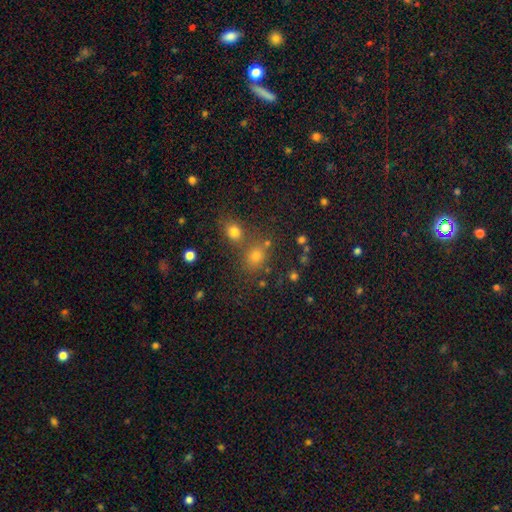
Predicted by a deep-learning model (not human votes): A smooth galaxy with no disk features (69%) that is round (60%). Merging: none (61%).